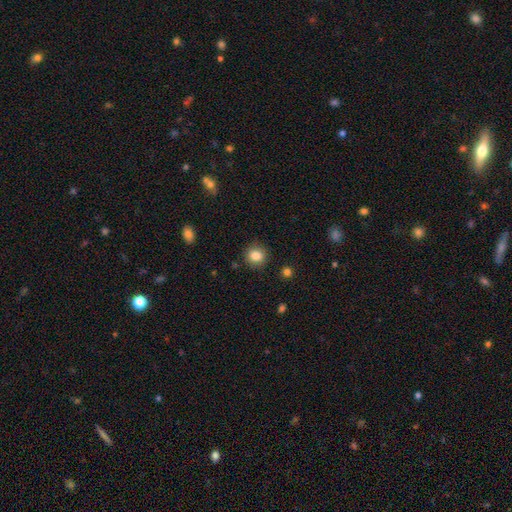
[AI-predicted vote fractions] Smooth or featured? smooth (84%)
How rounded? round (88%)
Merging? none (87%)